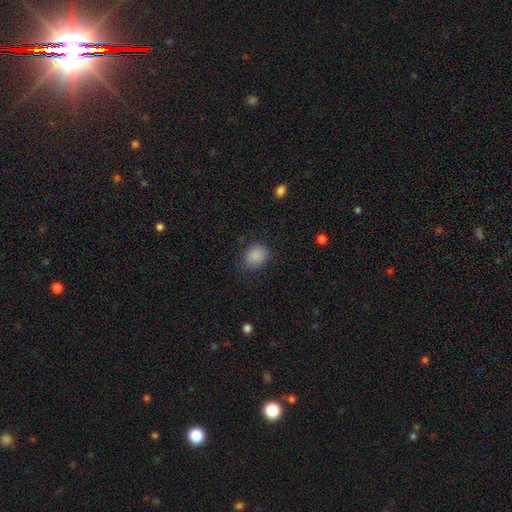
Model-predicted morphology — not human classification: A smooth galaxy with no disk features (87%) that is round (52%). Merging: none (79%).